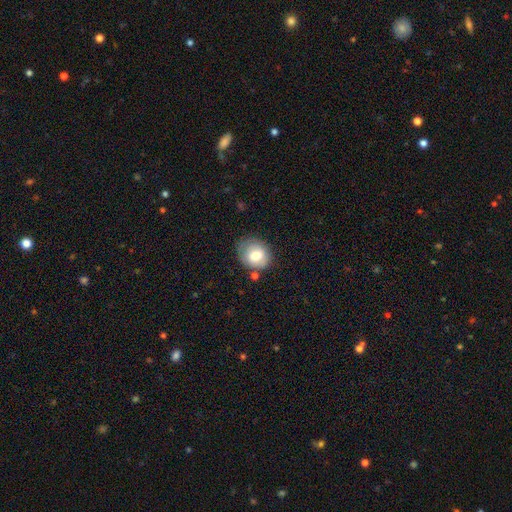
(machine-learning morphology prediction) Smooth or featured? Predicted: smooth (p=0.75). How rounded? Predicted: round (p=0.62). Merging? Predicted: none (p=0.65).